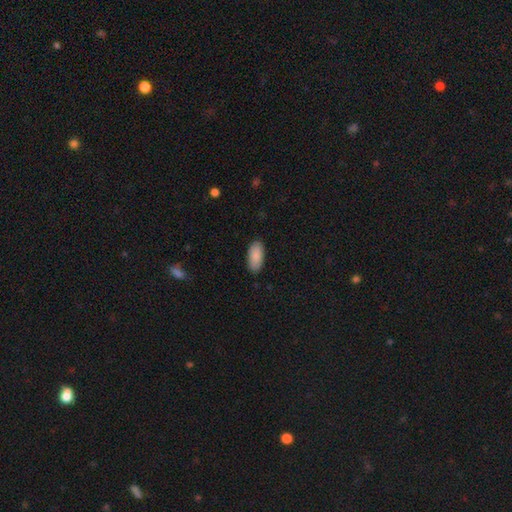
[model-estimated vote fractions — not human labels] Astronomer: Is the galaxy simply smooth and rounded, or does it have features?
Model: smooth — 89%.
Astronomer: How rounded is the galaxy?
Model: in between — 91%.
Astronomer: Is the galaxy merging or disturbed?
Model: none — 88%.